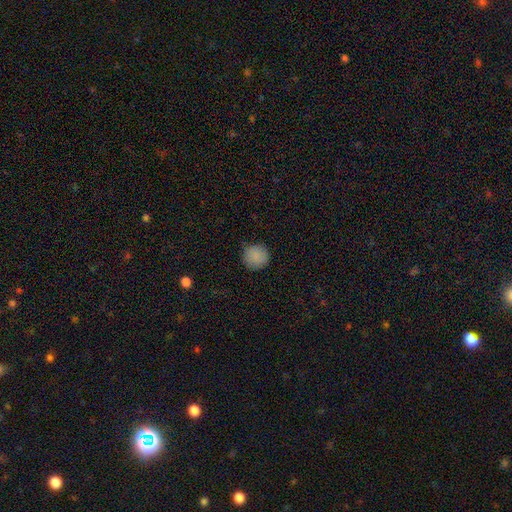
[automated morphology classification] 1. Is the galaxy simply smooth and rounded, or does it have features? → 88% smooth, 8% star or artifact, 4% featured or disk.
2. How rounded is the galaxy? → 94% round, 5% in between, 1% cigar-shaped.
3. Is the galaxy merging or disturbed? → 88% none, 9% minor disturbance, 2% major disturbance, 1% merger.